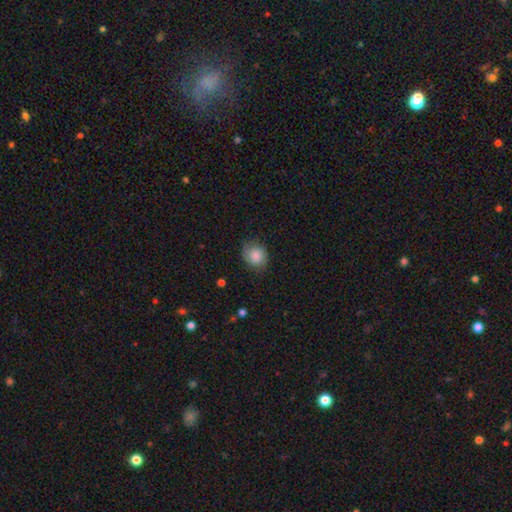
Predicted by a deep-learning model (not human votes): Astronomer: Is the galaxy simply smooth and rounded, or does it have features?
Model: smooth — 78%.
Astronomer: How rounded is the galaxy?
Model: round — 70%.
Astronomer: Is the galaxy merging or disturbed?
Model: none — 71%.